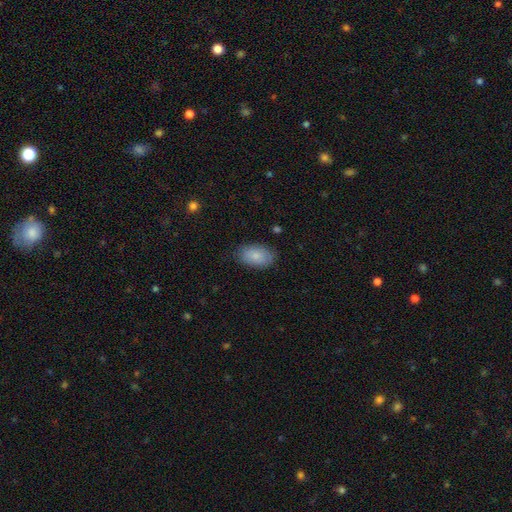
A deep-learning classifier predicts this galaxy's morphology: Q: Smooth or featured?
A: smooth (84%); runner-up: featured or disk (9%)
Q: How rounded?
A: in between (93%); runner-up: round (5%)
Q: Merging?
A: none (79%); runner-up: minor disturbance (16%)